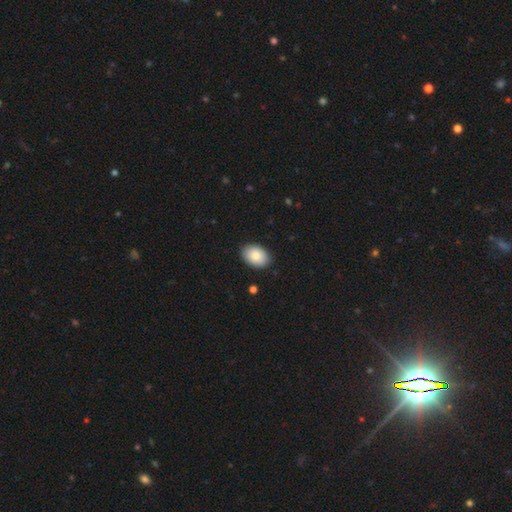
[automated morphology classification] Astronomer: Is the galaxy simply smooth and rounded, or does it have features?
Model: smooth — 84%.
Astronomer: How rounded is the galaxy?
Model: in between — 82%.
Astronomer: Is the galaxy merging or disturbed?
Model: none — 89%.